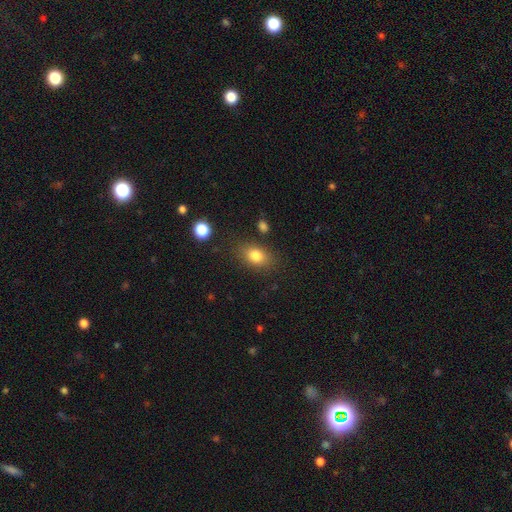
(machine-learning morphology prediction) smooth-or-featured: smooth: 81% | star or artifact: 10% | featured or disk: 9%
  how-rounded: in between: 74% | round: 24% | cigar-shaped: 2%
  merging: none: 80% | minor disturbance: 13% | major disturbance: 4% | merger: 3%